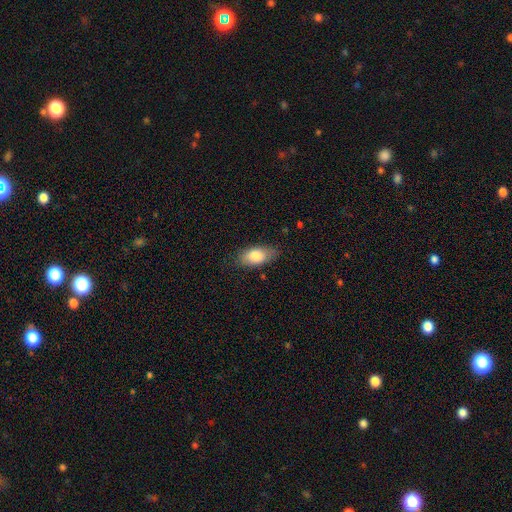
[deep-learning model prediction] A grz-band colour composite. It shows a smooth galaxy with no disk features (82%) that is in between round and cigar-shaped (89%). Merging: none (79%).